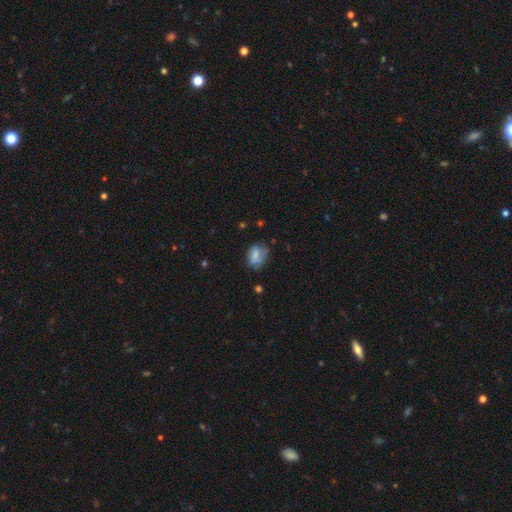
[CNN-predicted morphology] Smooth or featured? smooth (67%)
How rounded? in between (66%)
Merging? none (52%)